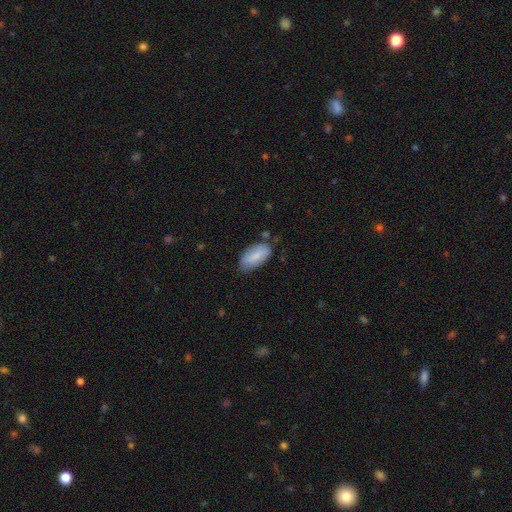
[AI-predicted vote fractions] Smooth or featured?
  - smooth: 79% *
  - featured or disk: 15%
  - star or artifact: 6%
How rounded?
  - in between: 92% *
  - cigar-shaped: 6%
  - round: 2%
Merging?
  - none: 72% *
  - minor disturbance: 21%
  - major disturbance: 4%
  - merger: 3%